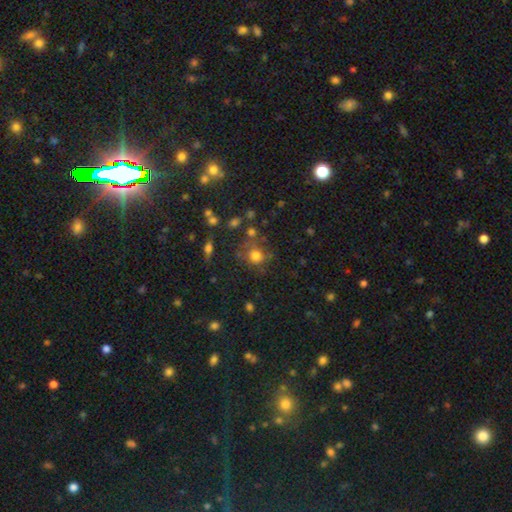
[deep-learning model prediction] This appears to be a smooth galaxy with no disk features (73%) that is round (87%). Merging: none (67%).